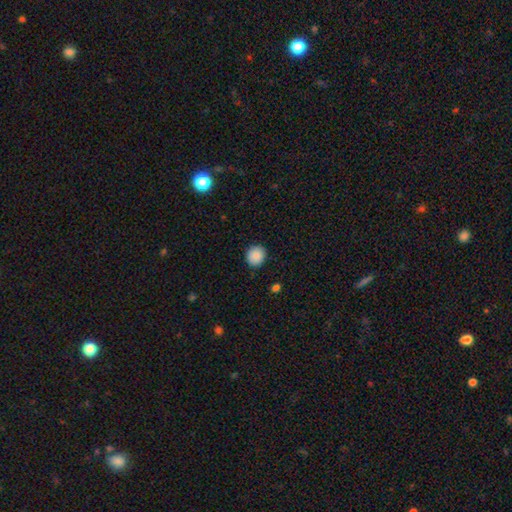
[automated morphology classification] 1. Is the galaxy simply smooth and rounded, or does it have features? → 87% smooth, 8% star or artifact, 5% featured or disk.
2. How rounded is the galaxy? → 88% round, 11% in between, 1% cigar-shaped.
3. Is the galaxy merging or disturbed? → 89% none, 8% minor disturbance, 2% major disturbance, 1% merger.